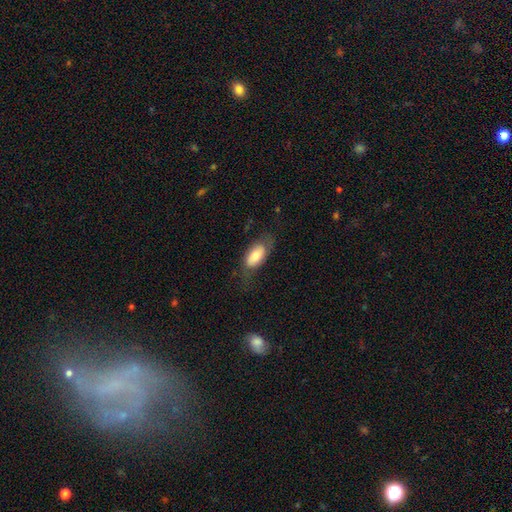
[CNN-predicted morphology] smooth-or-featured: smooth: 67% | featured or disk: 27% | star or artifact: 6%
  how-rounded: in between: 91% | cigar-shaped: 6% | round: 3%
  merging: none: 60% | minor disturbance: 25% | major disturbance: 14% | merger: 1%